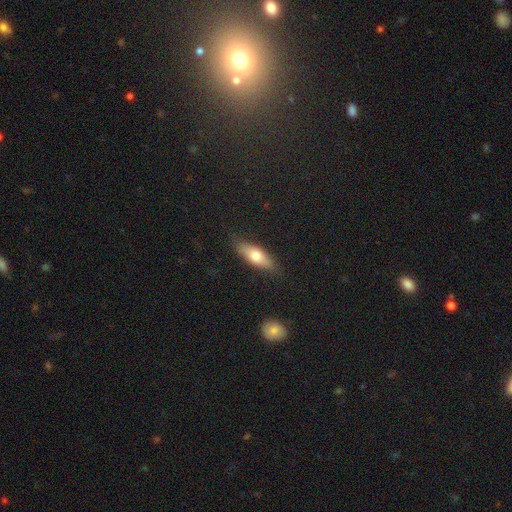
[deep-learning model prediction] Overall: smooth (64%; featured or disk 29%). How rounded: in between (58%; cigar-shaped 39%). Merging: none (82%).